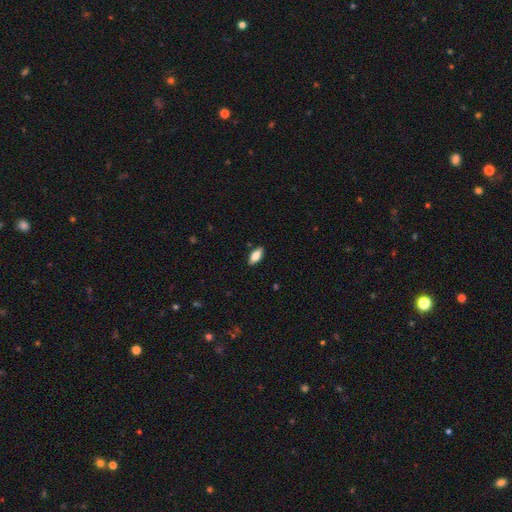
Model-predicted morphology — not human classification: This appears to be a smooth galaxy with no disk features (82%) that is in between round and cigar-shaped (88%). Merging: none (88%).